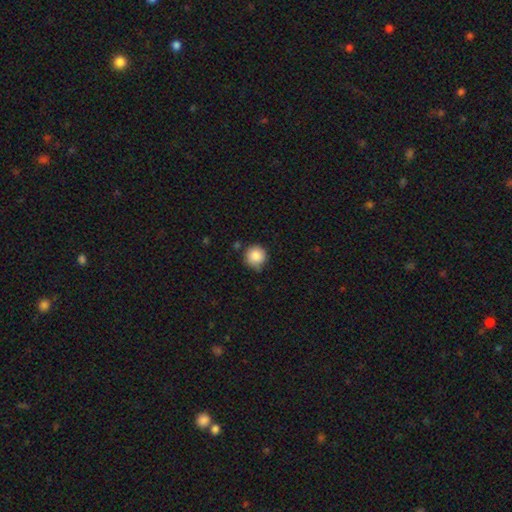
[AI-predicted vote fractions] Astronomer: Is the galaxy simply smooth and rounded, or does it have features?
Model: smooth — 87%.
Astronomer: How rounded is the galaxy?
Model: round — 95%.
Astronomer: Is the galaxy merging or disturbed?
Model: none — 74%.